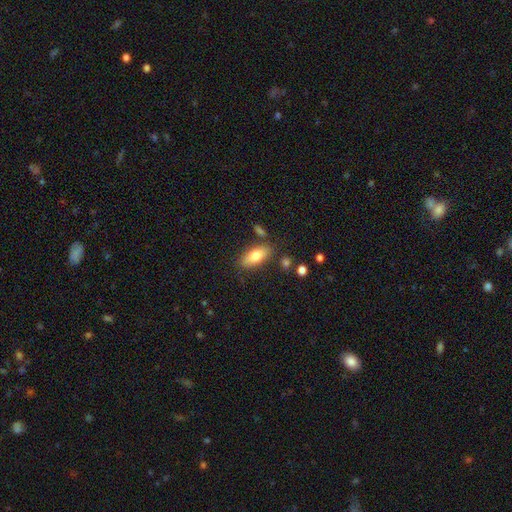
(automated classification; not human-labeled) Q: Smooth or featured?
A: smooth (73%); runner-up: featured or disk (21%)
Q: How rounded?
A: in between (79%); runner-up: cigar-shaped (18%)
Q: Merging?
A: none (79%); runner-up: minor disturbance (13%)